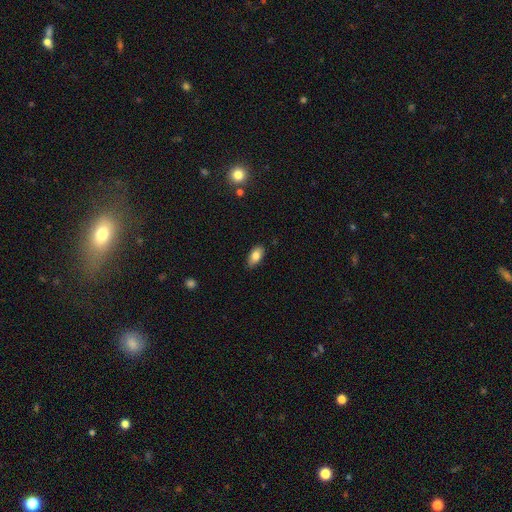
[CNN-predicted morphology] Overall: smooth (81%). How rounded: in between (91%). Merging: none (84%).